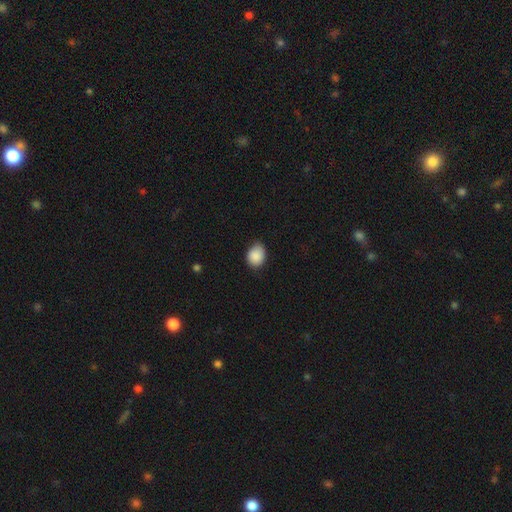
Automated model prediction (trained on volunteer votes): Smooth or featured?
  - smooth: 88% *
  - star or artifact: 8%
  - featured or disk: 4%
How rounded?
  - in between: 52% *
  - round: 47%
  - cigar-shaped: 1%
Merging?
  - none: 66% *
  - minor disturbance: 29%
  - major disturbance: 4%
  - merger: 1%